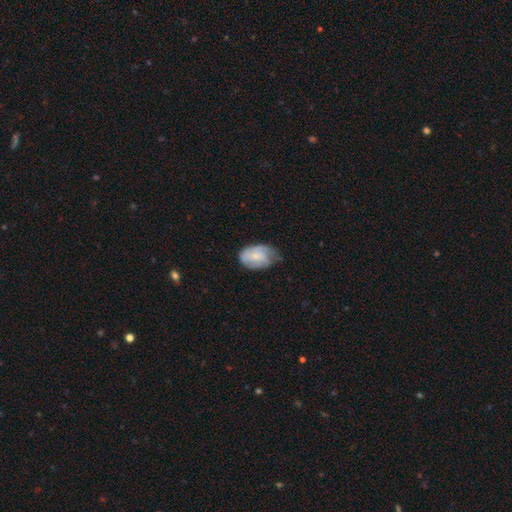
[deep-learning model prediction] smooth-or-featured: smooth: 53% | featured or disk: 41% | star or artifact: 7%
  how-rounded: in between: 86% | round: 12% | cigar-shaped: 1%
  merging: none: 46% | minor disturbance: 39% | major disturbance: 13% | merger: 1%